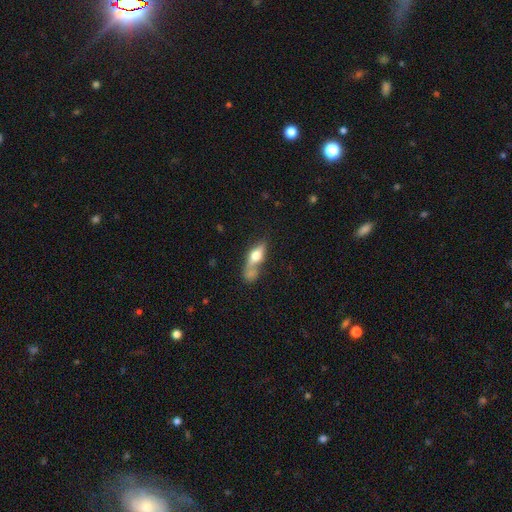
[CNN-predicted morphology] smooth-or-featured: smooth: 57% | featured or disk: 36% | star or artifact: 8%
  how-rounded: in between: 61% | cigar-shaped: 31% | round: 8%
  merging: merger: 42% | none: 35% | minor disturbance: 13% | major disturbance: 9%